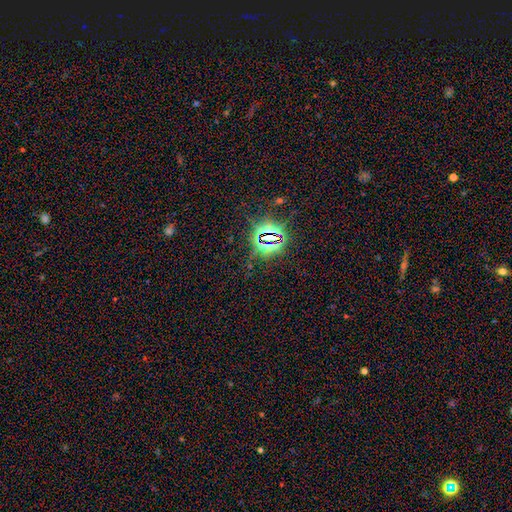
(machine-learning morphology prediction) Smooth or featured: star or artifact — 83% (smooth — 10%)